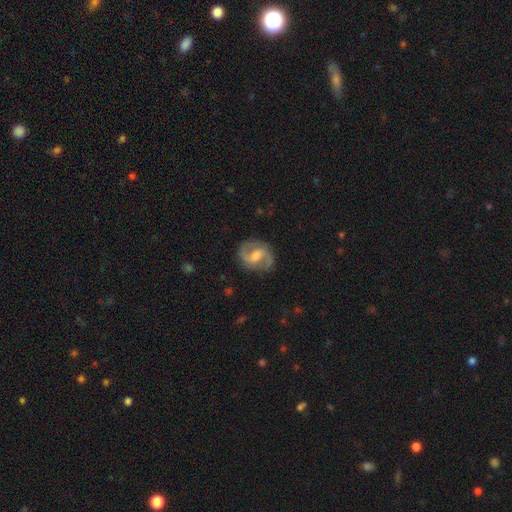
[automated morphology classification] smooth-or-featured: featured or disk: 82% | smooth: 12% | star or artifact: 5%
  disk-edge-on: no: 98% | yes: 2%
    bar: weak: 54% | strong: 24% | no: 23%
    has-spiral-arms: yes: 94% | no: 6%
      spiral-winding: medium: 57% | loose: 24% | tight: 19%
      spiral-arm-count: 2: 92% | can't tell: 3% | 1: 2% | 3: 1% | 4: 1% | more than 4: 1%
    bulge-size: moderate: 56% | small: 25% | large: 10% | none: 7% | dominant: 1%
  merging: none: 82% | minor disturbance: 12% | major disturbance: 5% | merger: 1%